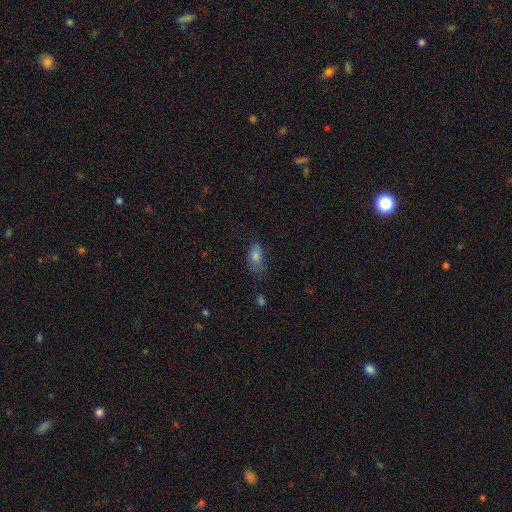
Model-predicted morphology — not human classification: A smooth galaxy with no disk features (77%) that is in between round and cigar-shaped (85%). Merging: none (57%).